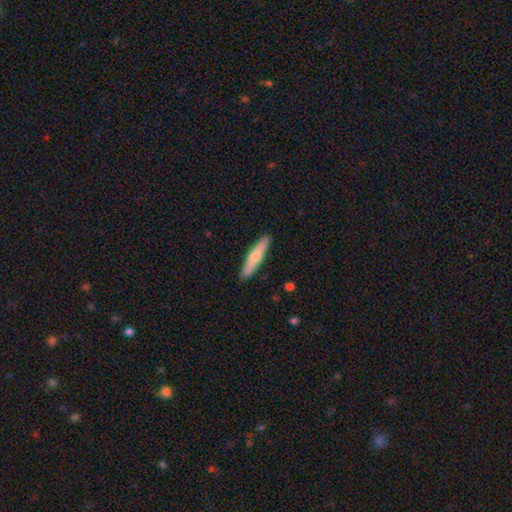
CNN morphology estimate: Q: Smooth or featured?
A: smooth (52%); runner-up: featured or disk (42%)
Q: How rounded?
A: cigar-shaped (86%); runner-up: in between (13%)
Q: Merging?
A: none (91%); runner-up: minor disturbance (7%)